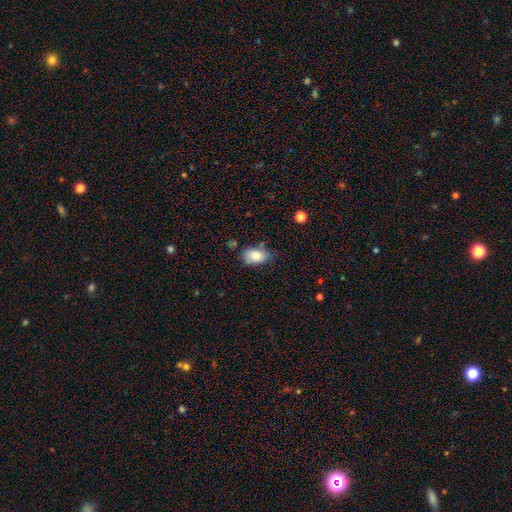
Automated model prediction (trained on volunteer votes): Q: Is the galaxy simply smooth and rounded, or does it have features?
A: smooth — 82%.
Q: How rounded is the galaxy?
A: in between — 88%.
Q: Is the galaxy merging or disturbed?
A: none — 62%.